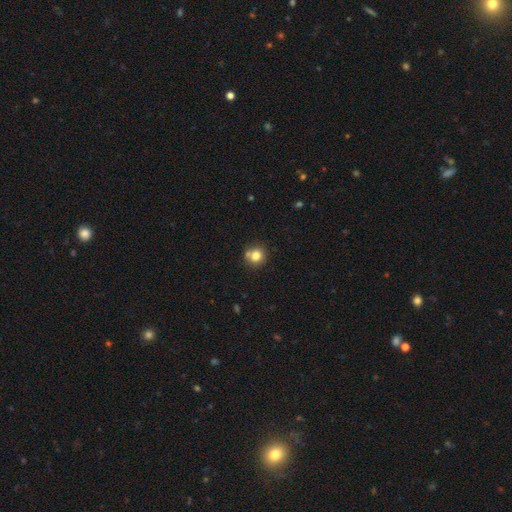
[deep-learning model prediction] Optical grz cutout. It shows a smooth galaxy with no disk features (79%) that is round (88%). Merging: none (71%).